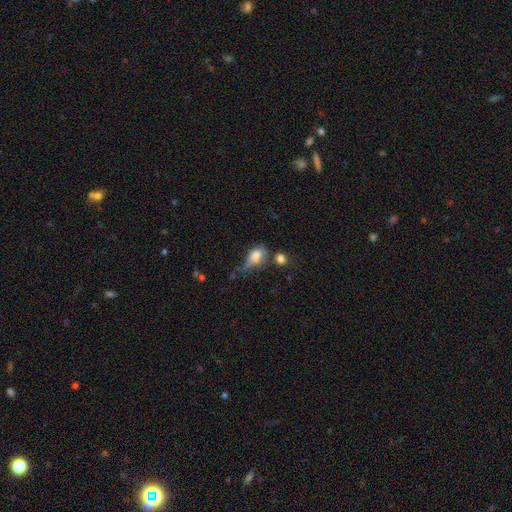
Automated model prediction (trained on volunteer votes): Smooth or featured? Predicted: smooth (p=0.74). How rounded? Predicted: in between (p=0.73). Merging? Predicted: minor disturbance (p=0.29, tied with none).